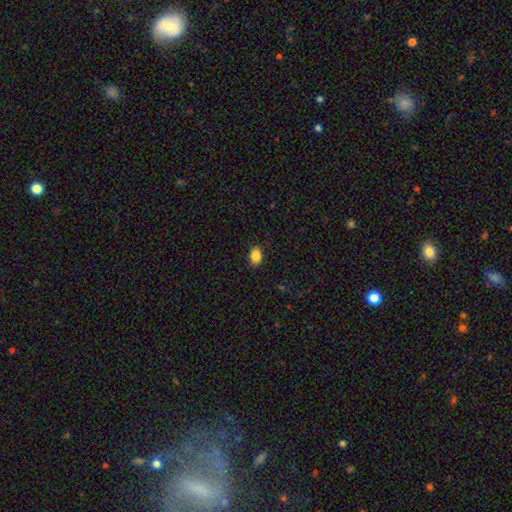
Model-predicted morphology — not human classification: smooth_or_featured: smooth (p=0.86) [alt: star or artifact p=0.09]
how_rounded: in between (p=0.79) [alt: round p=0.20]
merging: none (p=0.88) [alt: minor disturbance p=0.09]